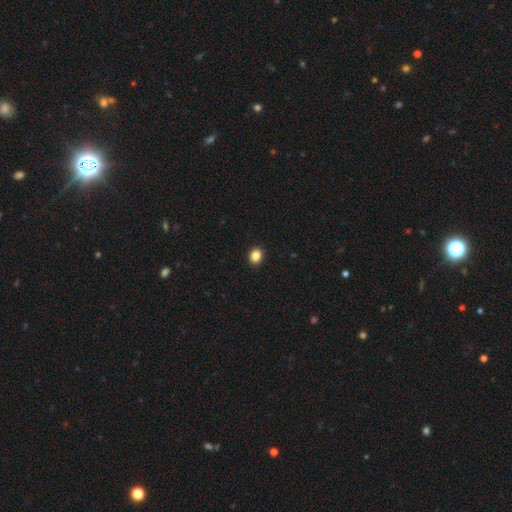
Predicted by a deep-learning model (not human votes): This is clearly a smooth galaxy (86%). How rounded: likely round (65%). Merging: clearly none (93%).